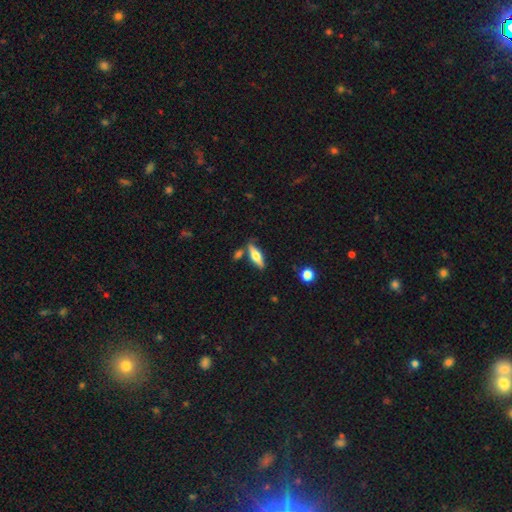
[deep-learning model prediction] Smooth or featured: featured or disk — 51% (smooth — 42%)
Edge-on disk: yes — 92% (no — 8%)
Merging: none — 77% (minor disturbance — 12%)